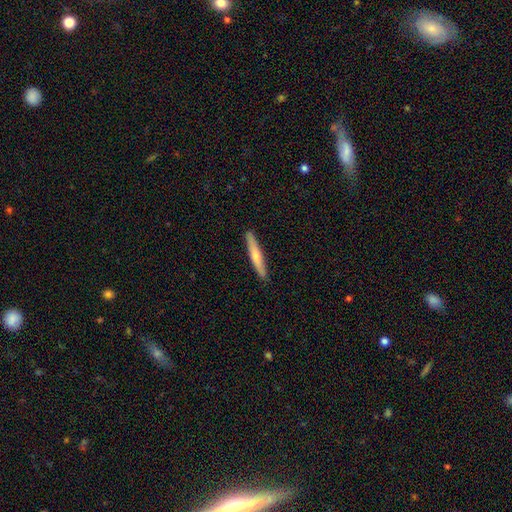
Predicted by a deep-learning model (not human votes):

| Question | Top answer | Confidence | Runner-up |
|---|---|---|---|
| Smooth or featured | featured or disk | 51% | smooth (42%) |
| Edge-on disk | yes | 94% | no (6%) |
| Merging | none | 89% | minor disturbance (8%) |